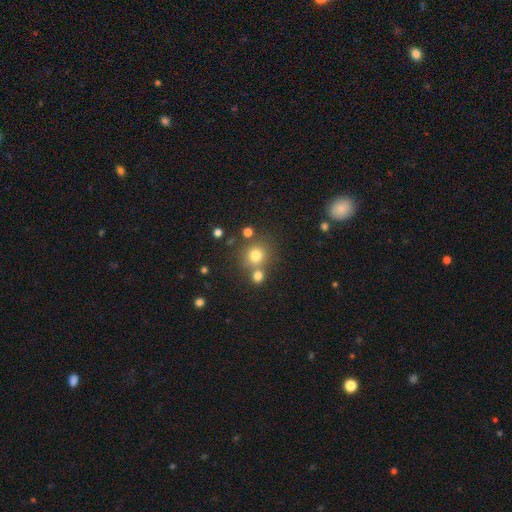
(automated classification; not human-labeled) Overall: smooth (75%). How rounded: round (89%). Merging: none (66%).